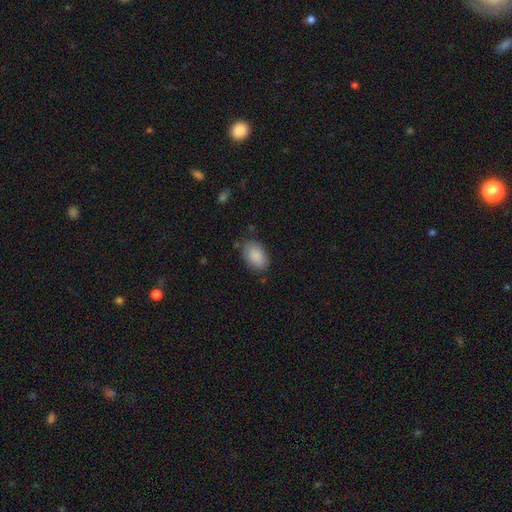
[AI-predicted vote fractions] Smooth or featured?
  - smooth: 89% *
  - star or artifact: 6%
  - featured or disk: 5%
How rounded?
  - in between: 91% *
  - round: 7%
  - cigar-shaped: 1%
Merging?
  - none: 79% *
  - minor disturbance: 15%
  - major disturbance: 4%
  - merger: 2%